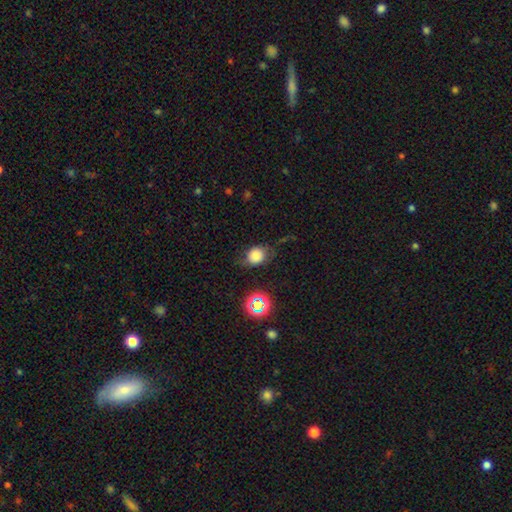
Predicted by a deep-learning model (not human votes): smooth 73%, star or artifact 14%, featured or disk 13%. Down the decision tree: how rounded — round (60%); merging — none (61%).